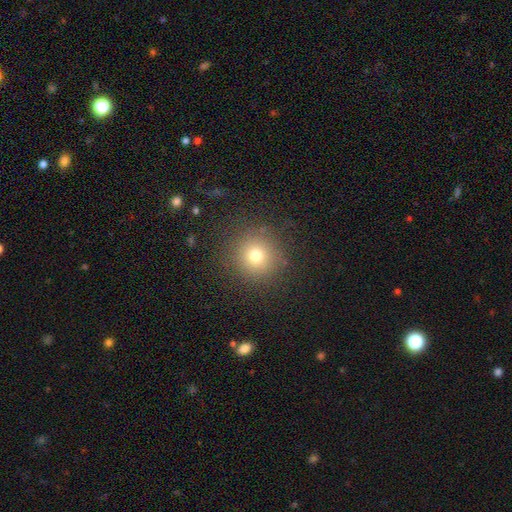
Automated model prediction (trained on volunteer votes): Smooth or featured: smooth — 73% (star or artifact — 17%)
How rounded: round — 94% (in between — 5%)
Merging: none — 86% (minor disturbance — 8%)